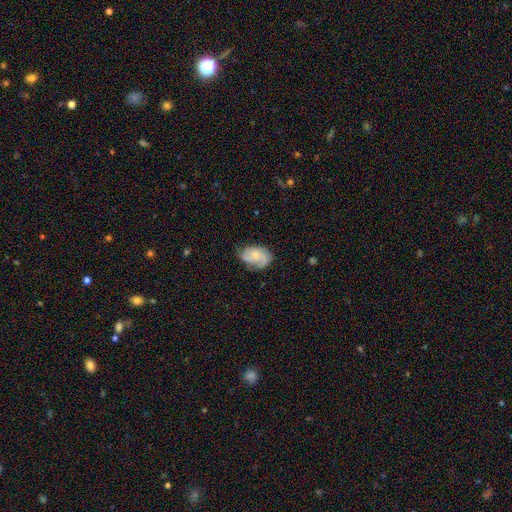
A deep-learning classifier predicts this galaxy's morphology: This is likely a featured or disk galaxy (67%). It is clearly not viewed edge-on (97%). Bar: likely no (72%). Spiral arm pattern: clearly yes (92%). Spiral arm count: marginally 2 (42%). Spiral winding: marginally medium (41%, tied with tight). Central bulge: possibly small (53%). Merging: likely none (60%).